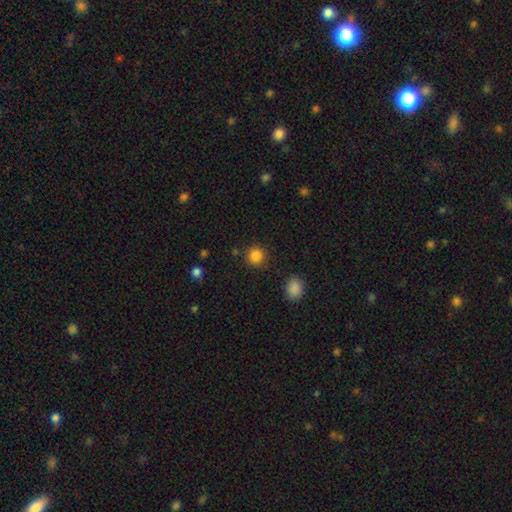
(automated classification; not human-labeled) Smooth or featured? Predicted: smooth (p=0.86). How rounded? Predicted: round (p=0.91). Merging? Predicted: none (p=0.87).